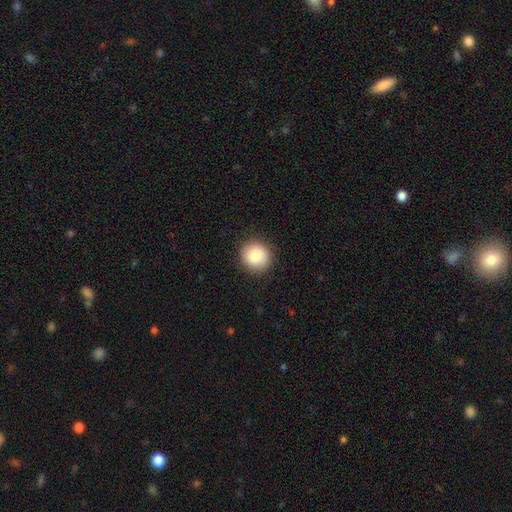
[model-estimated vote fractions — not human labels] Q: Smooth or featured?
A: smooth (87%); runner-up: star or artifact (8%)
Q: How rounded?
A: round (90%); runner-up: in between (9%)
Q: Merging?
A: none (91%); runner-up: minor disturbance (6%)